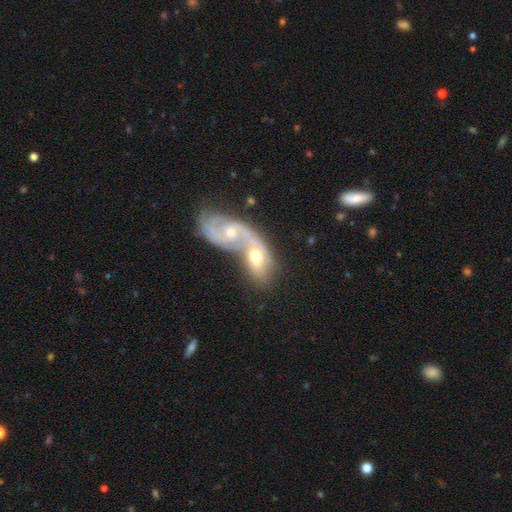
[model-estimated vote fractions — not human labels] Overall: featured or disk (54%; smooth 39%). Edge-on disk: no (89%). Merging: merger (74%).